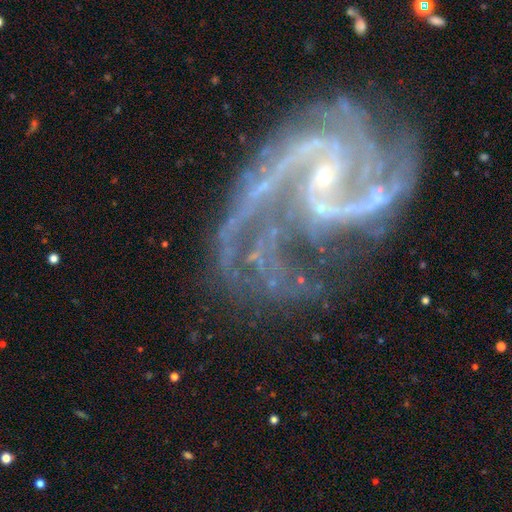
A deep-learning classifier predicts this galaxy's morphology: A featured or disk galaxy (92%) with no bar (41%), 2 (56%) medium (54%) spiral arms (98%) and a small central bulge (87%). Merging: none (46%).